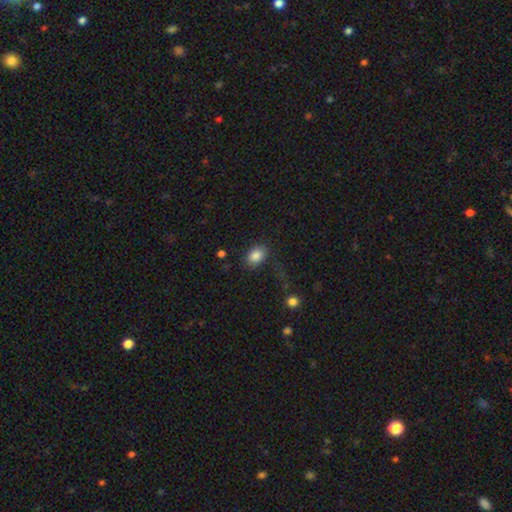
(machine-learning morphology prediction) Smooth or featured? Predicted: smooth (p=0.85). How rounded? Predicted: in between (p=0.78). Merging? Predicted: none (p=0.79).